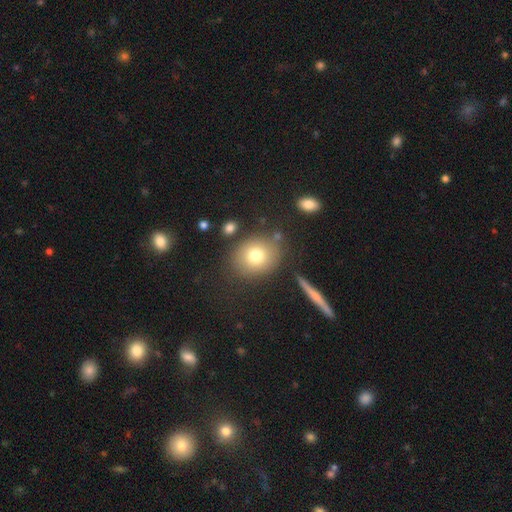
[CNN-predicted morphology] smooth-or-featured: smooth: 75% | featured or disk: 13% | star or artifact: 11%
  how-rounded: round: 70% | in between: 29% | cigar-shaped: 1%
  merging: none: 78% | minor disturbance: 12% | merger: 6% | major disturbance: 5%